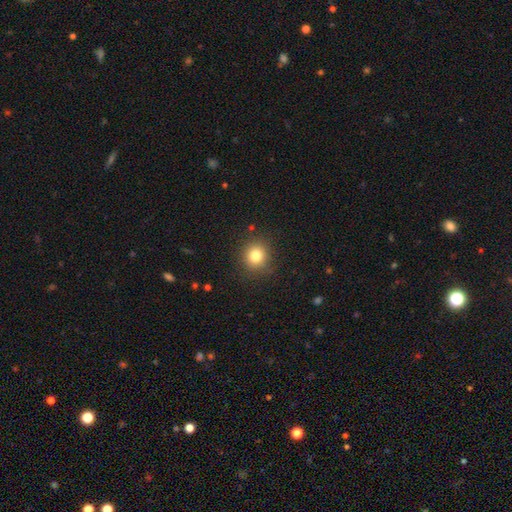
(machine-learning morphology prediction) A smooth galaxy with no disk features (80%) that is round (89%).

Vote fractions:
- Smooth or featured? smooth: 80% / star or artifact: 13% / featured or disk: 7%
- How rounded? round: 89% / in between: 10% / cigar-shaped: 1%
- Merging? none: 88% / minor disturbance: 8% / major disturbance: 3% / merger: 1%